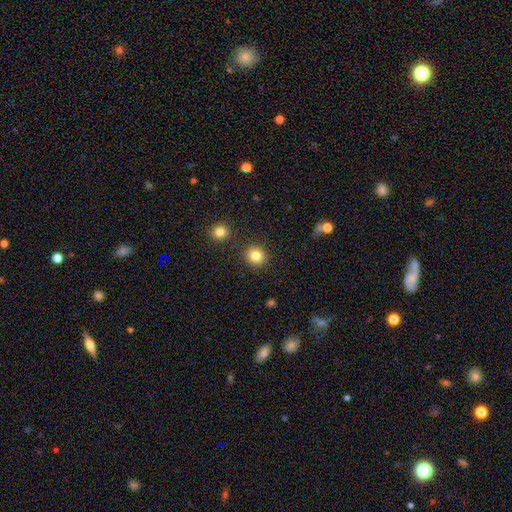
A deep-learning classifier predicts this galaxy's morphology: This is clearly a smooth galaxy (83%). How rounded: clearly round (88%). Merging: clearly none (89%).